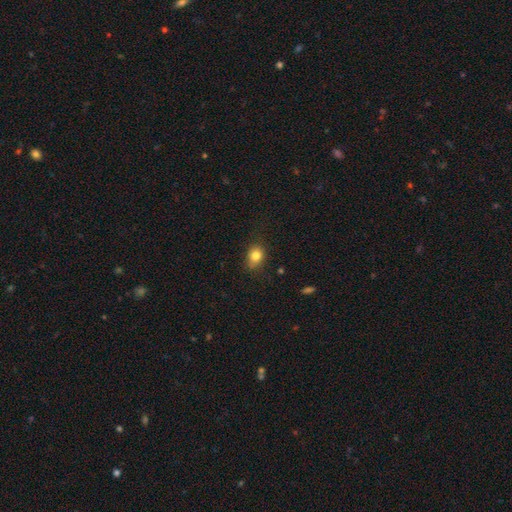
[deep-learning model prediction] This is clearly a smooth galaxy (82%). How rounded: possibly round (51%). Merging: likely none (74%).